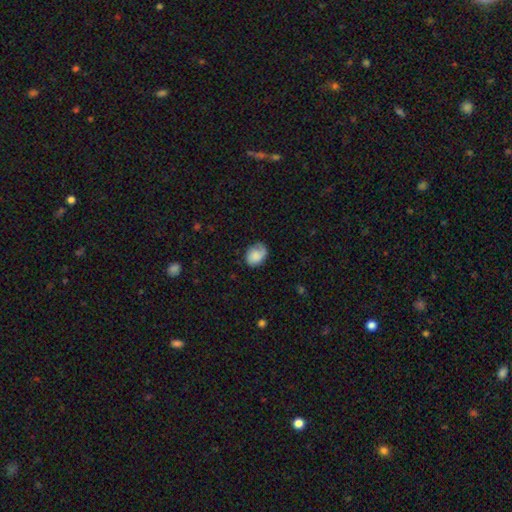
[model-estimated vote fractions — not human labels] smooth 72%, featured or disk 20%, star or artifact 8%. Down the decision tree: how rounded — in between (62%); merging — none (59%).